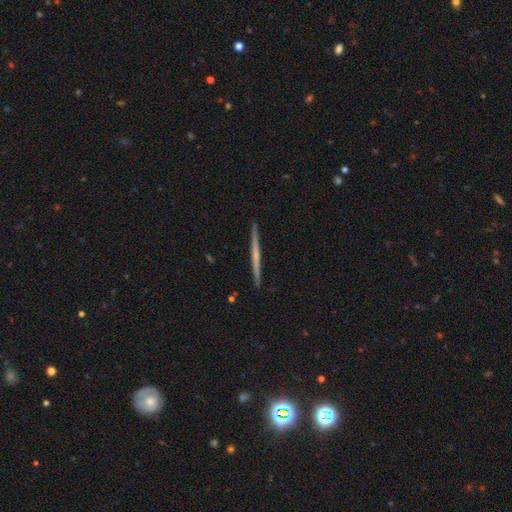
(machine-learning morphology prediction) featured or disk 57%, smooth 37%, star or artifact 6%. Down the decision tree: edge-on disk — yes (98%); edge-on bulge — none (85%); merging — none (93%).